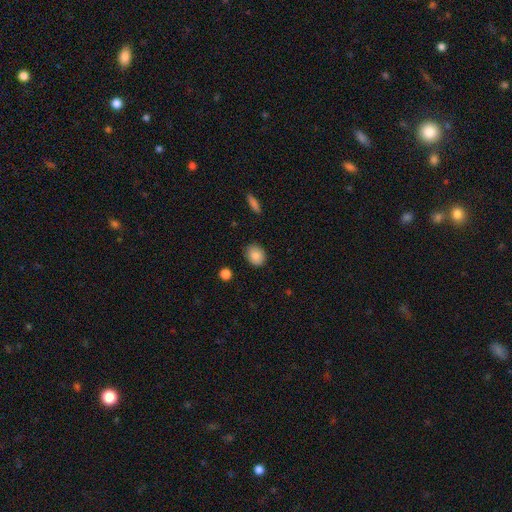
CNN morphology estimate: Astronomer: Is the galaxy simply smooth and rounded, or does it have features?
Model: smooth — 86%.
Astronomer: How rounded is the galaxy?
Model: in between — 54% (runner-up: round, 45%).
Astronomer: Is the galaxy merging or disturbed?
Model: none — 87%.